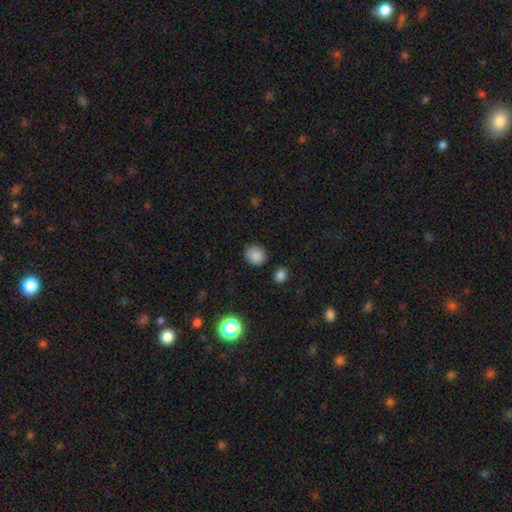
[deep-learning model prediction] Smooth or featured? smooth (86%)
How rounded? round (72%)
Merging? none (83%)